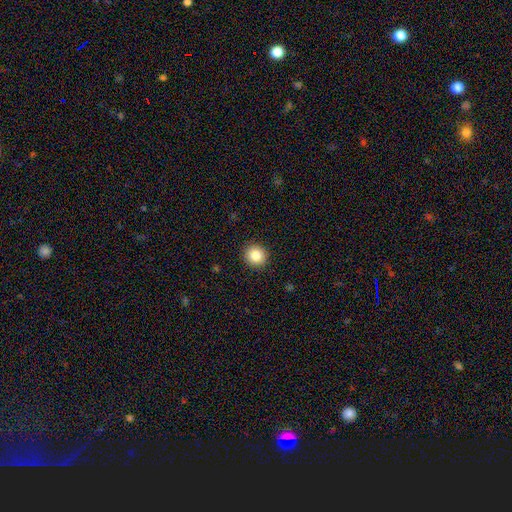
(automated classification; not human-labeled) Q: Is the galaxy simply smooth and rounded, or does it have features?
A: smooth — 84%.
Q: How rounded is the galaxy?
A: round — 90%.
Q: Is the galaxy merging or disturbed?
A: none — 92%.